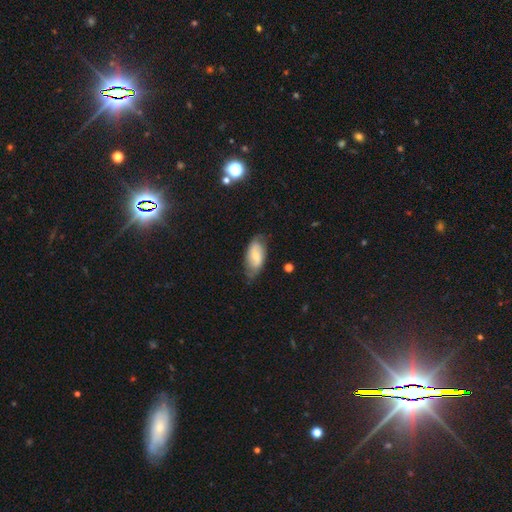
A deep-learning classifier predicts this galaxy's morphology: smooth 51%, featured or disk 43%, star or artifact 7%. Down the decision tree: how rounded — in between (91%); merging — none (67%).